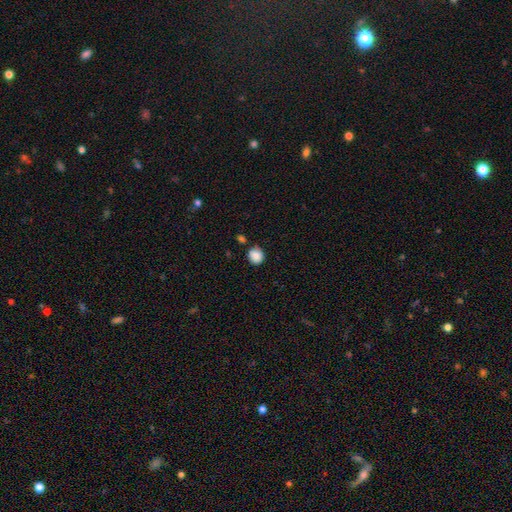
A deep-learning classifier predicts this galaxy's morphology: smooth-or-featured: smooth: 88% | star or artifact: 9% | featured or disk: 3%
  how-rounded: round: 83% | in between: 16% | cigar-shaped: 1%
  merging: none: 78% | minor disturbance: 14% | merger: 5% | major disturbance: 3%